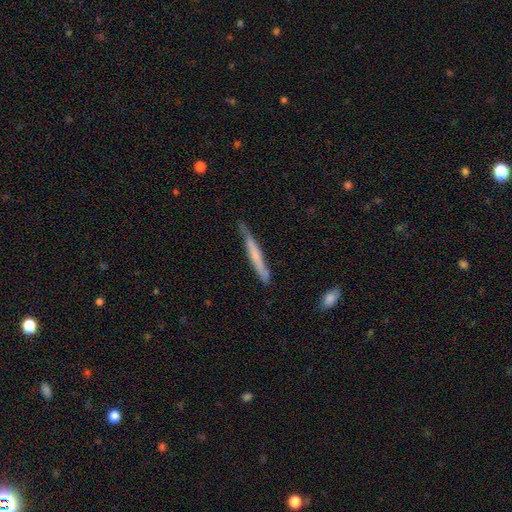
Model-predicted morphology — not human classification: smooth 54%, featured or disk 41%, star or artifact 6%. Down the decision tree: how rounded — cigar-shaped (96%); merging — none (67%).